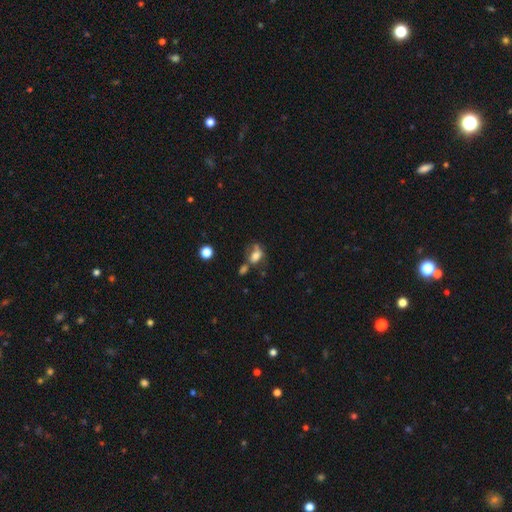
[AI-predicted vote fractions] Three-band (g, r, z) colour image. It shows a smooth galaxy with no disk features (60%) that is in between round and cigar-shaped (76%). Merging: none (31%).